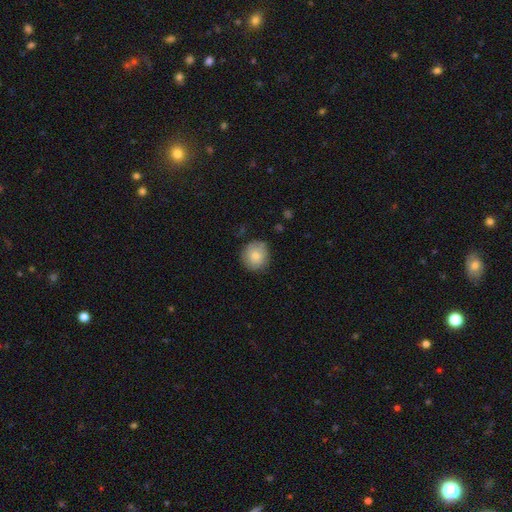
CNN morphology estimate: This appears to be a smooth galaxy with no disk features (80%) that is round (90%). Merging: none (81%).